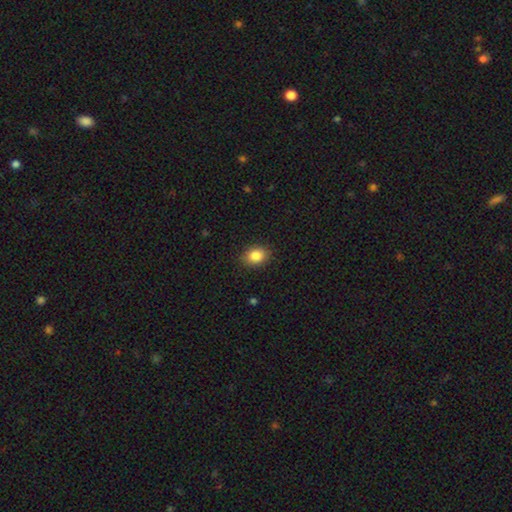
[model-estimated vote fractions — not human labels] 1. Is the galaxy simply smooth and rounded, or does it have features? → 86% smooth, 9% star or artifact, 5% featured or disk.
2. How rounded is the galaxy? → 57% in between, 42% round, 1% cigar-shaped.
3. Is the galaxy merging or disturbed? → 88% none, 9% minor disturbance, 2% major disturbance, 1% merger.